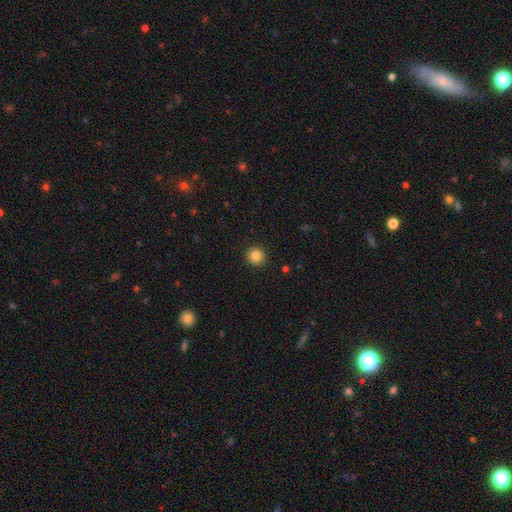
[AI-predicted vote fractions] smooth_or_featured: smooth (p=0.85) [alt: star or artifact p=0.10]
how_rounded: round (p=0.93) [alt: in between p=0.06]
merging: none (p=0.93) [alt: minor disturbance p=0.05]